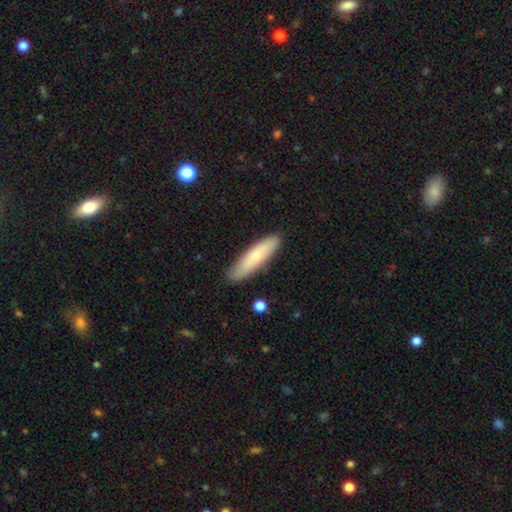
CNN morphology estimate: This appears to be a smooth galaxy with no disk features (75%) that is cigar-shaped (77%). Merging: none (87%).